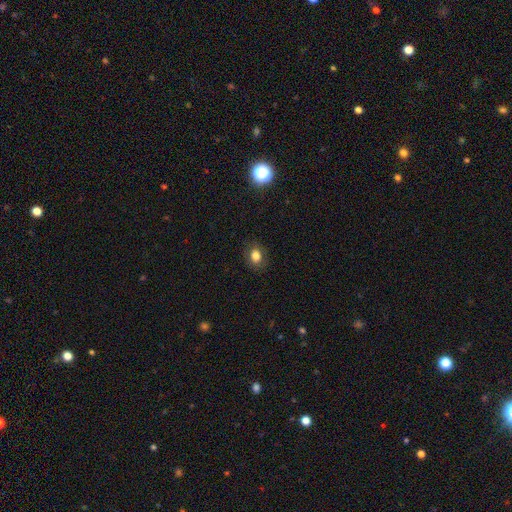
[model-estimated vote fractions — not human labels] Smooth or featured?
  - smooth: 78% *
  - star or artifact: 12%
  - featured or disk: 10%
How rounded?
  - in between: 53% *
  - round: 46%
  - cigar-shaped: 1%
Merging?
  - none: 85% *
  - minor disturbance: 11%
  - major disturbance: 3%
  - merger: 1%